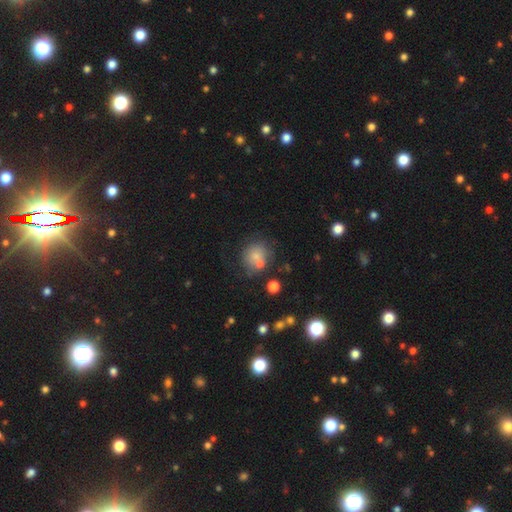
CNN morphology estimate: Smooth or featured?
  - smooth: 71% *
  - featured or disk: 17%
  - star or artifact: 12%
How rounded?
  - round: 83% *
  - in between: 16%
  - cigar-shaped: 1%
Merging?
  - none: 55% *
  - merger: 22%
  - minor disturbance: 15%
  - major disturbance: 8%